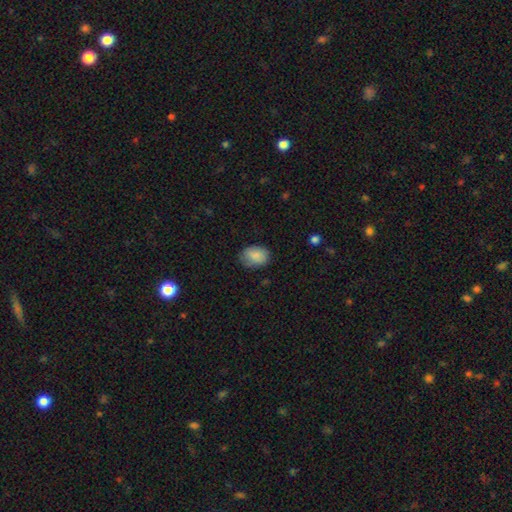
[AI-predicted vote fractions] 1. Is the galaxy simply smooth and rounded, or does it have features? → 87% smooth, 7% star or artifact, 6% featured or disk.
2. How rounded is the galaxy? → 73% in between, 26% round, 1% cigar-shaped.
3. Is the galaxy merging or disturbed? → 75% none, 20% minor disturbance, 4% major disturbance, 1% merger.